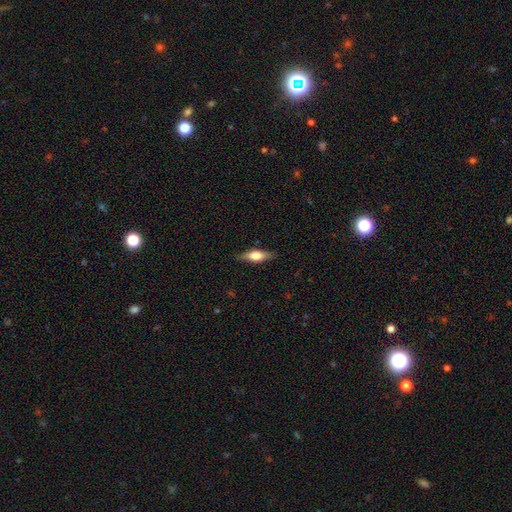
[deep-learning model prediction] Smooth or featured? smooth (52%)
How rounded? in between (49%)
Merging? none (86%)